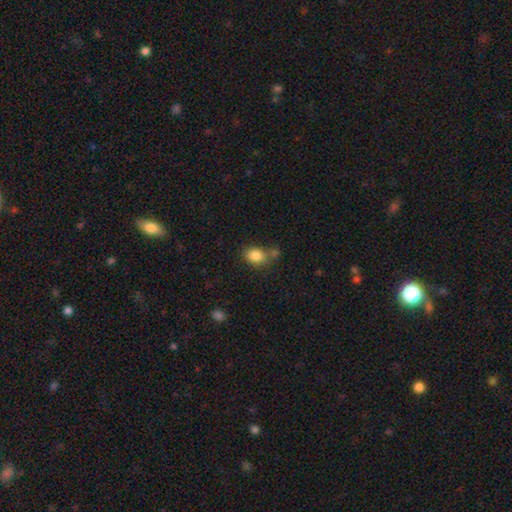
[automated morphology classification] smooth_or_featured: smooth (p=0.85) [alt: star or artifact p=0.09]
how_rounded: in between (p=0.59) [alt: round p=0.40]
merging: none (p=0.59) [alt: merger p=0.19]